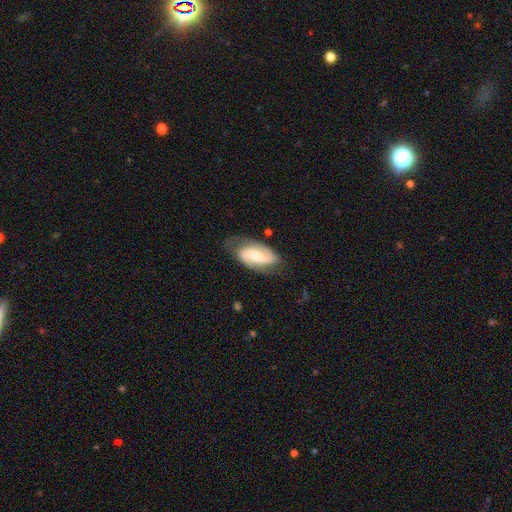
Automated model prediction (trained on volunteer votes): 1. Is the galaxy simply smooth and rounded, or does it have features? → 75% featured or disk, 19% smooth, 5% star or artifact.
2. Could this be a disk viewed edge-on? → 95% no, 5% yes.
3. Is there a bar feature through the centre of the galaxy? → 45% weak, 30% no, 25% strong.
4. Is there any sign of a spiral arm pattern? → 94% yes, 6% no.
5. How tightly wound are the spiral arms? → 45% loose, 40% medium, 16% tight.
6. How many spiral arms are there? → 89% 2, 5% can't tell, 3% 1, 1% 3, 1% 4, 1% more than 4.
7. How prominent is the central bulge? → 46% moderate, 42% small, 5% none, 5% large, 1% dominant.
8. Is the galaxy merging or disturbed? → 69% none, 22% minor disturbance, 8% major disturbance, 2% merger.